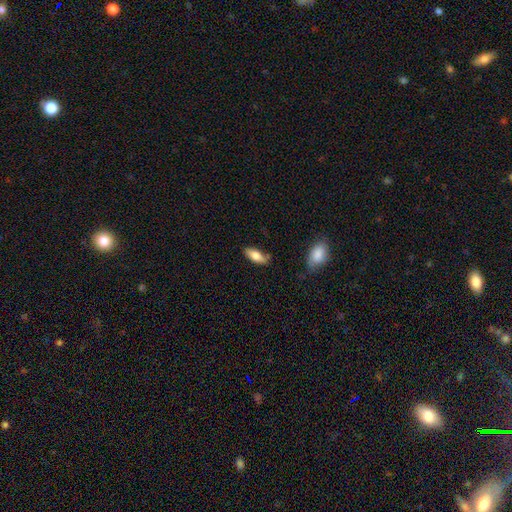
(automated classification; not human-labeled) smooth-or-featured: smooth: 76% | featured or disk: 18% | star or artifact: 6%
  how-rounded: in between: 73% | cigar-shaped: 24% | round: 2%
  merging: none: 76% | minor disturbance: 17% | major disturbance: 3% | merger: 3%